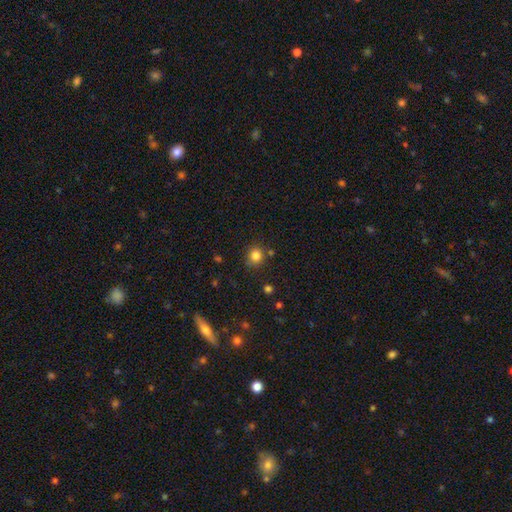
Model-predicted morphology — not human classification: Smooth or featured: smooth — 83% (star or artifact — 12%)
How rounded: round — 87% (in between — 12%)
Merging: none — 80% (minor disturbance — 11%)